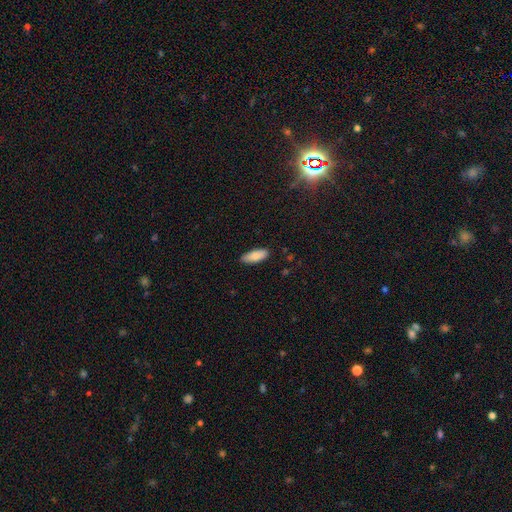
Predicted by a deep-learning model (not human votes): Smooth or featured?
  - smooth: 83% *
  - featured or disk: 11%
  - star or artifact: 6%
How rounded?
  - in between: 74% *
  - cigar-shaped: 24%
  - round: 2%
Merging?
  - none: 88% *
  - minor disturbance: 10%
  - major disturbance: 2%
  - merger: 1%